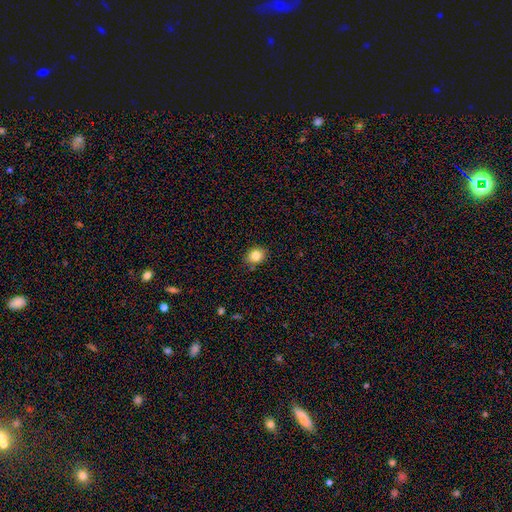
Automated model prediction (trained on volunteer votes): Smooth or featured?
  - smooth: 83% *
  - star or artifact: 11%
  - featured or disk: 7%
How rounded?
  - round: 68% *
  - in between: 31%
  - cigar-shaped: 1%
Merging?
  - none: 85% *
  - minor disturbance: 11%
  - major disturbance: 2%
  - merger: 2%